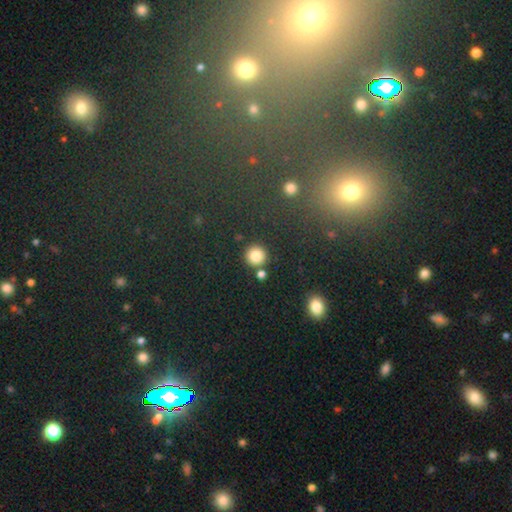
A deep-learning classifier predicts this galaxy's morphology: Smooth or featured: smooth — 84% (star or artifact — 11%)
How rounded: round — 93% (in between — 6%)
Merging: none — 83% (merger — 7%)